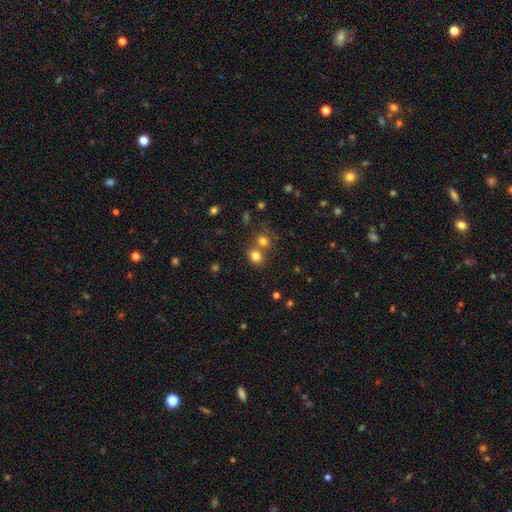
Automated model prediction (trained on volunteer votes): Smooth or featured: smooth — 79% (star or artifact — 14%)
How rounded: round — 73% (in between — 26%)
Merging: none — 57% (merger — 32%)